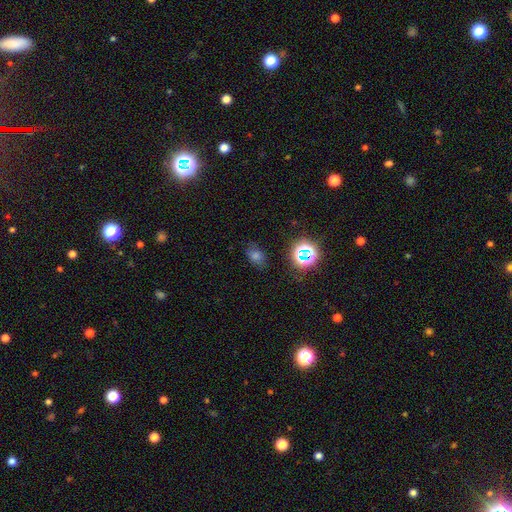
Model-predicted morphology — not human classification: This appears to be a smooth galaxy with no disk features (54%) that is in between round and cigar-shaped (64%). Merging: none (81%).